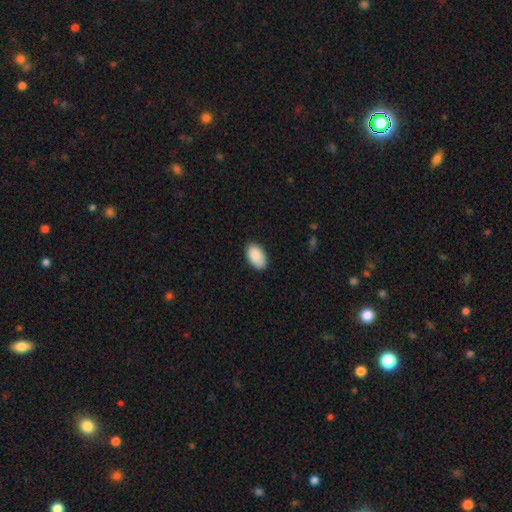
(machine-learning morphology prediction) A smooth galaxy with no disk features (90%) that is in between round and cigar-shaped (95%). Merging: none (85%).